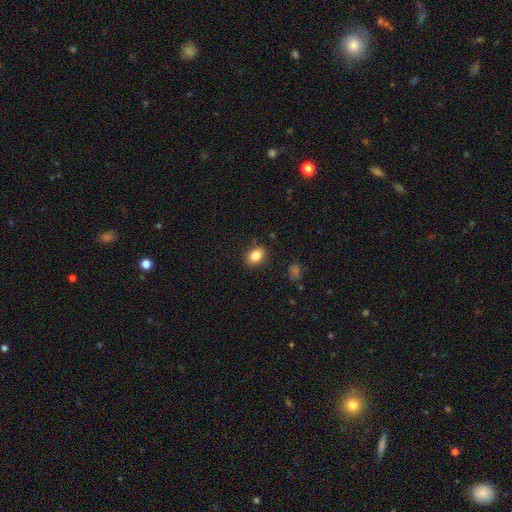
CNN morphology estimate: Smooth or featured? smooth (85%)
How rounded? in between (81%)
Merging? none (86%)